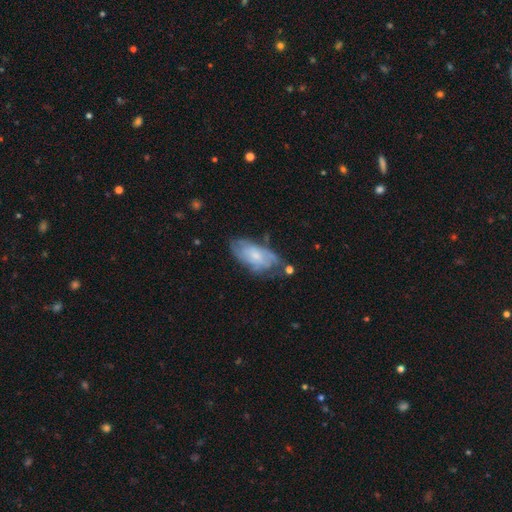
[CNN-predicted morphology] A featured or disk galaxy (55%) with no bar (67%), spiral arms (76%) and a small central bulge (50%).

Vote fractions:
- Smooth or featured? featured or disk: 55% / smooth: 38% / star or artifact: 7%
- Edge-on disk? no: 92% / yes: 8%
- Bar? no: 67% / weak: 28% / strong: 4%
- Spiral arms? yes: 76% / no: 24%
- Bulge size? small: 50% / moderate: 33% / none: 10% / large: 5% / dominant: 1%
- Merging? none: 53% / minor disturbance: 29% / major disturbance: 13% / merger: 5%